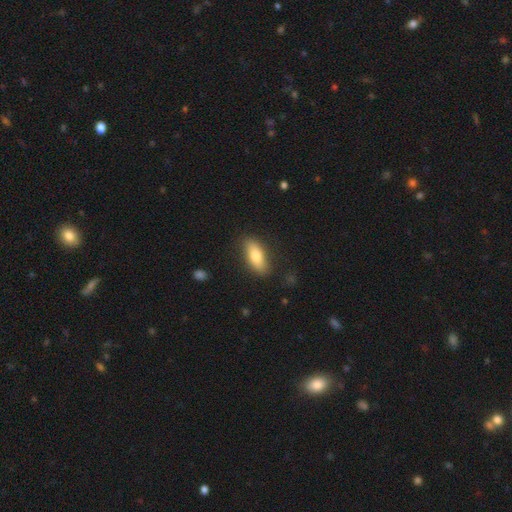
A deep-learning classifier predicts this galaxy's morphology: A smooth galaxy with no disk features (77%) that is in between round and cigar-shaped (71%).

Vote fractions:
- Smooth or featured? smooth: 77% / featured or disk: 17% / star or artifact: 6%
- How rounded? in between: 71% / cigar-shaped: 26% / round: 3%
- Merging? none: 83% / minor disturbance: 13% / major disturbance: 3% / merger: 1%